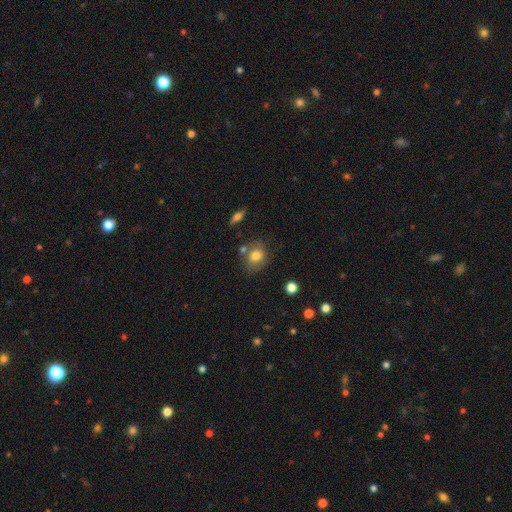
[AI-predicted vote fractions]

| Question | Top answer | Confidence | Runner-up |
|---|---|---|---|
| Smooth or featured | smooth | 77% | featured or disk (13%) |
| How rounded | in between | 50% | round (49%) |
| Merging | none | 63% | minor disturbance (19%) |